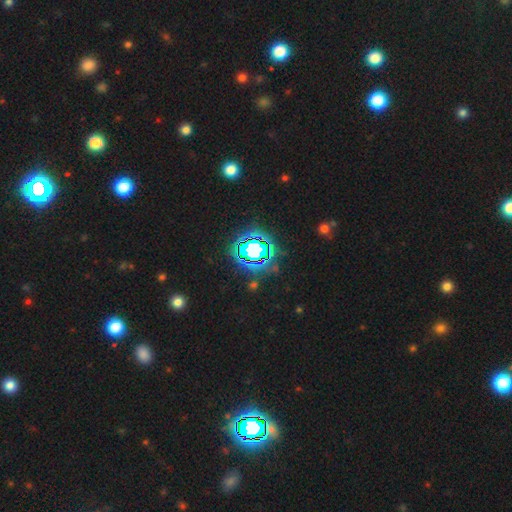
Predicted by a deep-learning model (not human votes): Q: Smooth or featured?
A: star or artifact (81%); runner-up: smooth (12%)